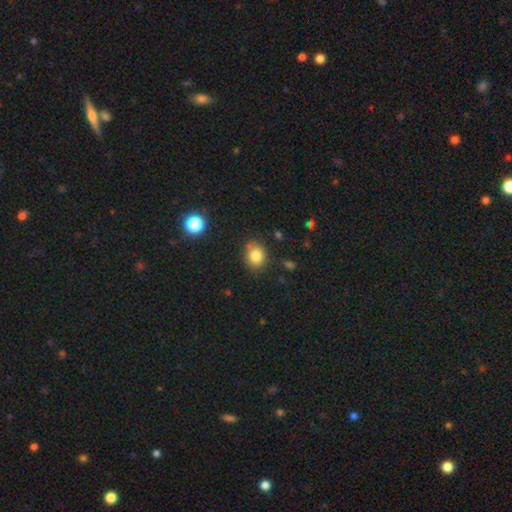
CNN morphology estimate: Smooth or featured: smooth — 81% (star or artifact — 12%)
How rounded: round — 68% (in between — 31%)
Merging: none — 79% (minor disturbance — 14%)